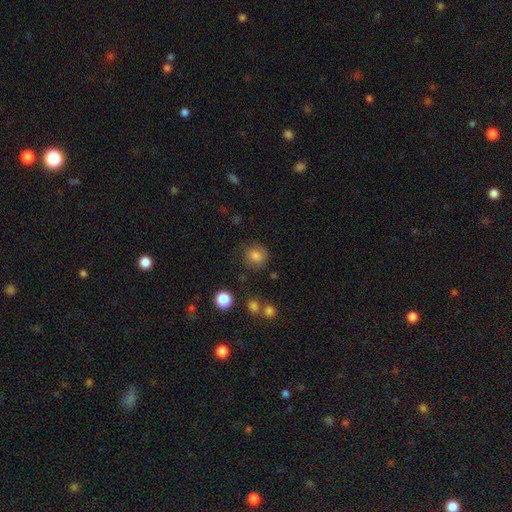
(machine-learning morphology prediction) Smooth or featured: smooth — 82% (star or artifact — 11%)
How rounded: round — 83% (in between — 16%)
Merging: none — 79% (minor disturbance — 13%)